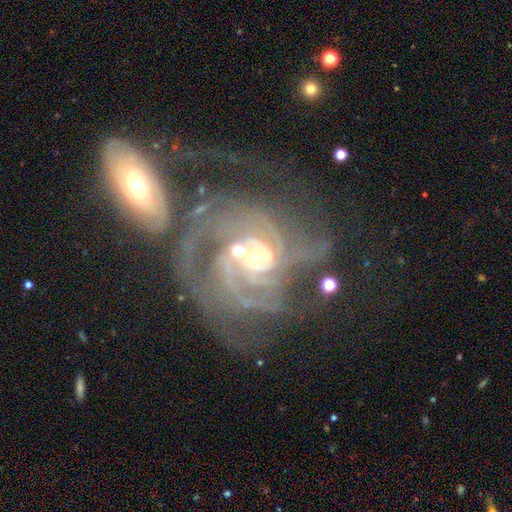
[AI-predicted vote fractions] This is clearly a featured or disk galaxy (89%). It is clearly not viewed edge-on (98%). Bar: possibly no (60%). Spiral arm pattern: clearly yes (96%). Spiral arm count: marginally 3 (27%). Spiral winding: possibly tight (47%). Central bulge: possibly moderate (46%). Merging: marginally merger (33%).